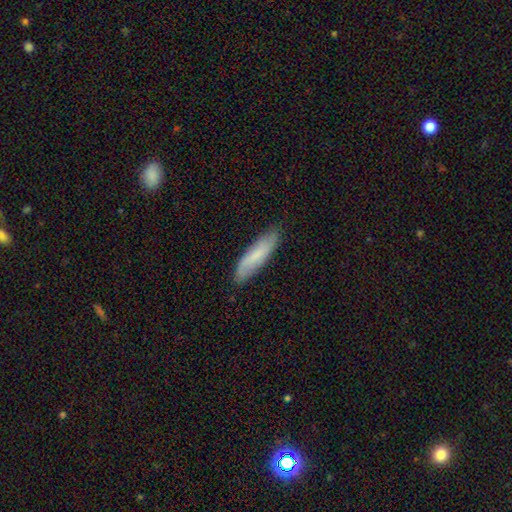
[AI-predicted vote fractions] smooth_or_featured: smooth (p=0.69) [alt: featured or disk p=0.25]
how_rounded: cigar-shaped (p=0.71) [alt: in between p=0.27]
merging: none (p=0.81) [alt: minor disturbance p=0.15]